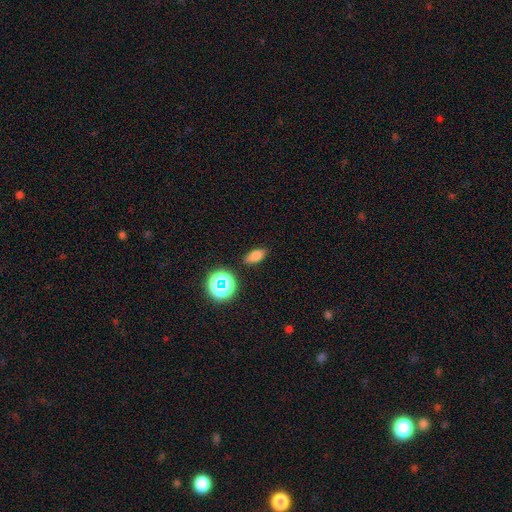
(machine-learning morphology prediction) smooth-or-featured: smooth: 75% | star or artifact: 16% | featured or disk: 9%
  how-rounded: in between: 81% | round: 11% | cigar-shaped: 8%
  merging: none: 84% | minor disturbance: 10% | major disturbance: 3% | merger: 2%